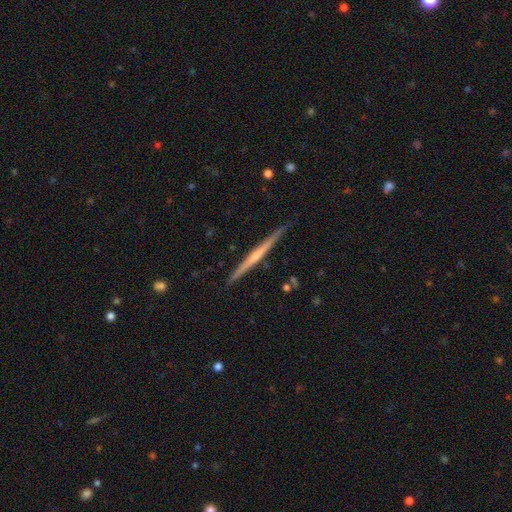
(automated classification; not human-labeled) Q: Smooth or featured?
A: featured or disk (72%); runner-up: smooth (23%)
Q: Edge-on disk?
A: yes (98%); runner-up: no (2%)
Q: Edge-on bulge?
A: rounded (49%); runner-up: none (44%)
Q: Merging?
A: none (89%); runner-up: minor disturbance (9%)